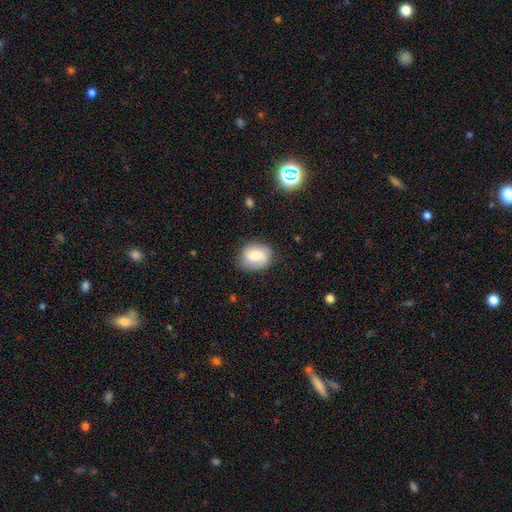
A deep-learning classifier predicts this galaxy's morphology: This is likely a smooth galaxy (65%). How rounded: possibly round (50%). Merging: likely none (71%).